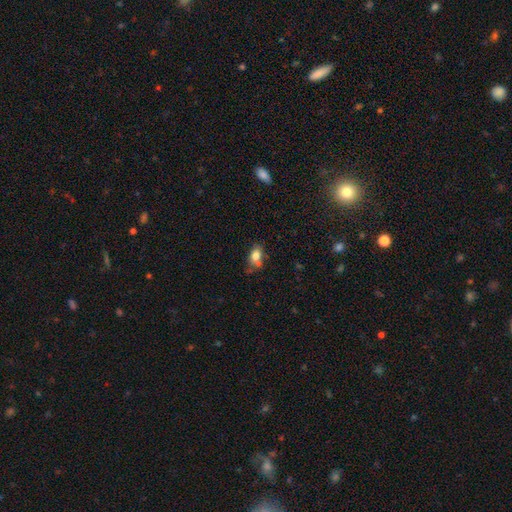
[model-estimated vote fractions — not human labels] Smooth or featured?
  - smooth: 78% *
  - featured or disk: 13%
  - star or artifact: 9%
How rounded?
  - in between: 83% *
  - round: 14%
  - cigar-shaped: 3%
Merging?
  - none: 56% *
  - minor disturbance: 29%
  - major disturbance: 8%
  - merger: 7%